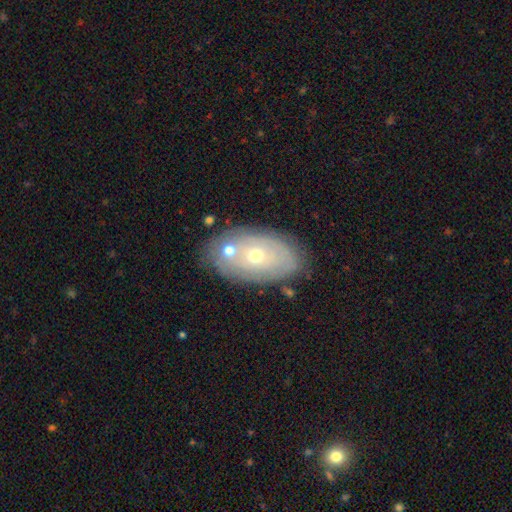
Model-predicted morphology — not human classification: type=featured or disk (54%); edge-on=no (91%); merging=none (70%).